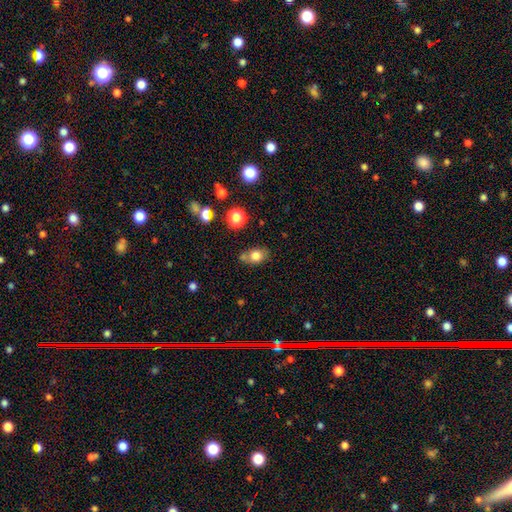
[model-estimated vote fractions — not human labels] smooth_or_featured: smooth (p=0.78) [alt: star or artifact p=0.11]
how_rounded: in between (p=0.62) [alt: round p=0.36]
merging: none (p=0.60) [alt: minor disturbance p=0.18]